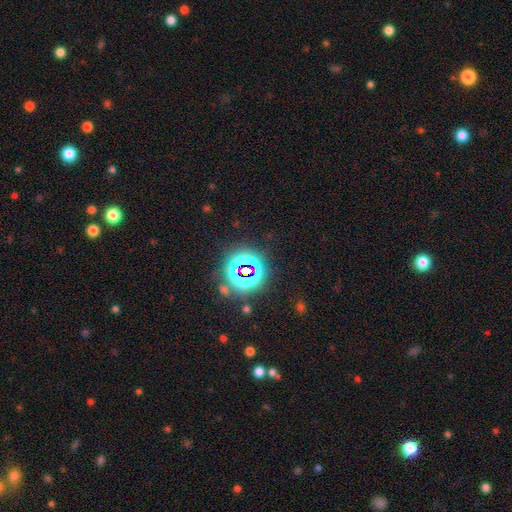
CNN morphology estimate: This appears to be a star or artifact, not a galaxy (77%).